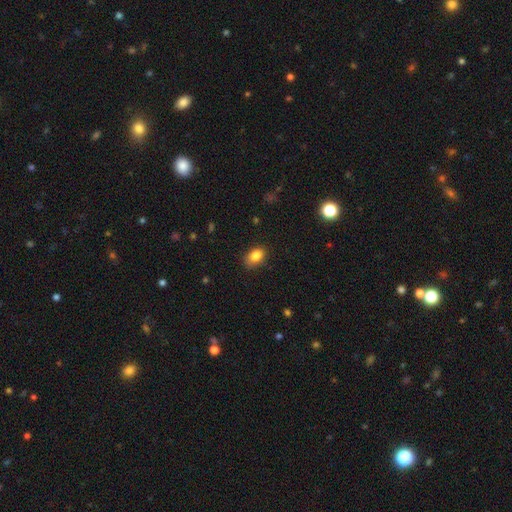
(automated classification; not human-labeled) Q: Smooth or featured?
A: smooth (84%); runner-up: star or artifact (9%)
Q: How rounded?
A: in between (82%); runner-up: round (17%)
Q: Merging?
A: none (73%); runner-up: minor disturbance (21%)